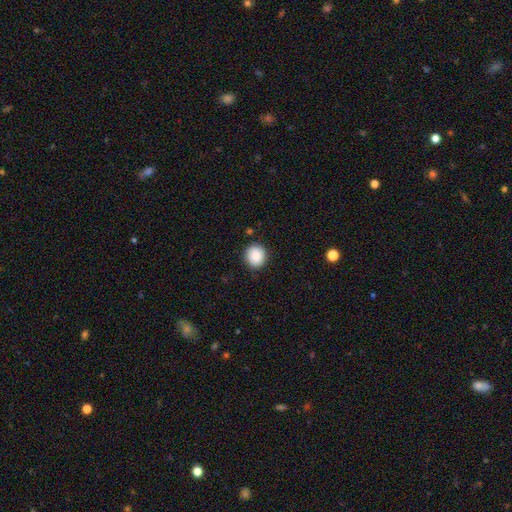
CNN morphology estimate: smooth 88%, star or artifact 8%, featured or disk 4%. Down the decision tree: how rounded — round (88%); merging — none (88%).